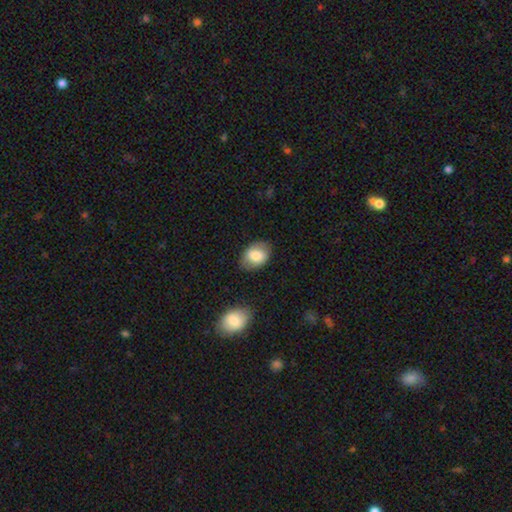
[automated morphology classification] Smooth or featured? smooth (80%)
How rounded? in between (77%)
Merging? none (79%)